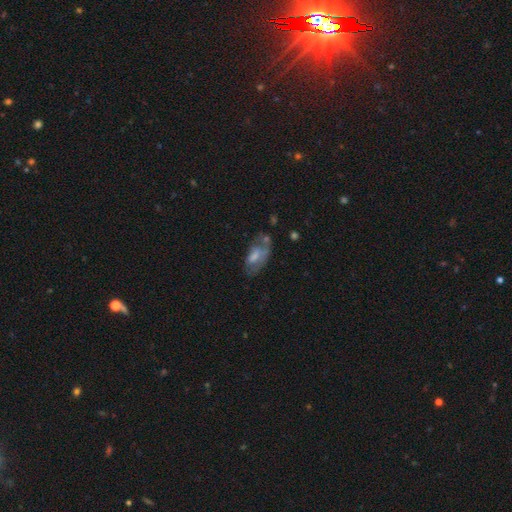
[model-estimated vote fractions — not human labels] A smooth galaxy with no disk features (53%) that is in between round and cigar-shaped (88%). Merging: none (37%).